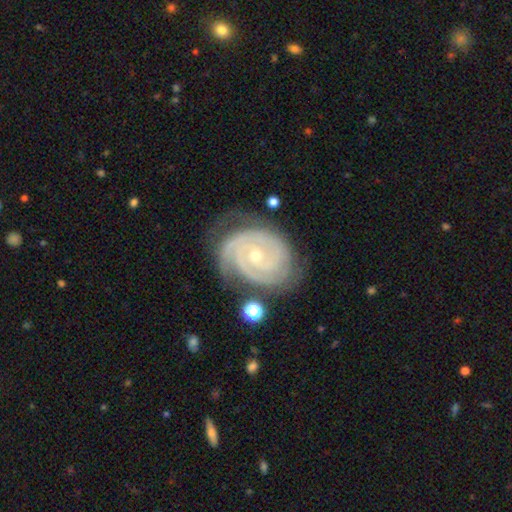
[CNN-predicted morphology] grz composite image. It shows a featured or disk galaxy (91%) with no bar (70%), 3 (39%) tight (80%) spiral arms (98%) and a small central bulge (64%). Merging: none (67%).